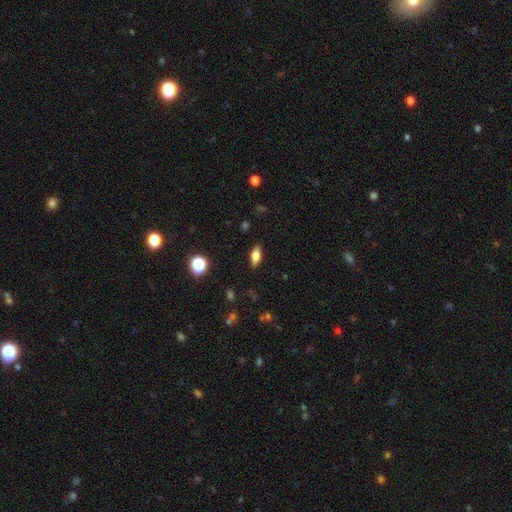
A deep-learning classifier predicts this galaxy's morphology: A smooth galaxy with no disk features (66%) that is in between round and cigar-shaped (75%). Merging: none (87%).